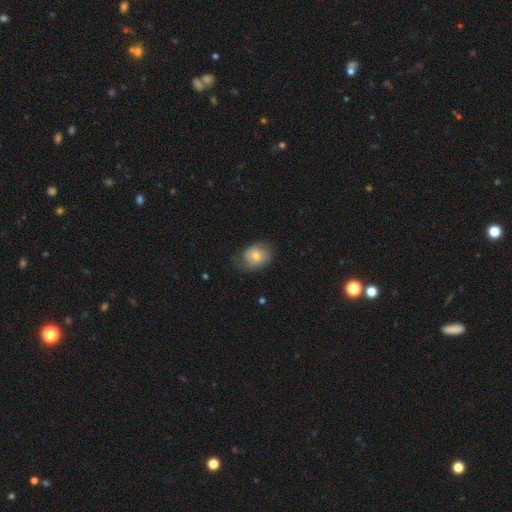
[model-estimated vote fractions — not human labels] Overall: smooth (63%; featured or disk 29%). How rounded: in between (57%; round 42%). Merging: none (62%; minor disturbance 28%).